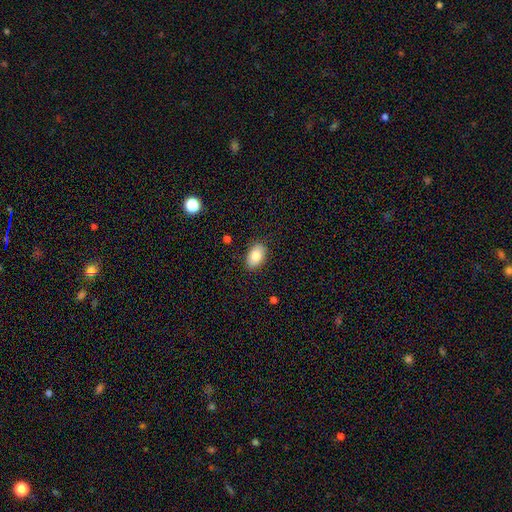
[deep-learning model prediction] Q: Smooth or featured?
A: smooth (84%); runner-up: featured or disk (9%)
Q: How rounded?
A: in between (90%); runner-up: round (8%)
Q: Merging?
A: none (86%); runner-up: minor disturbance (10%)